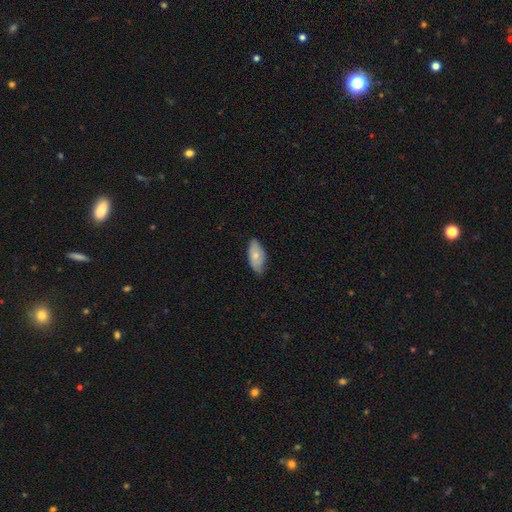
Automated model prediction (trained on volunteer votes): Smooth or featured?
  - smooth: 70% *
  - featured or disk: 24%
  - star or artifact: 6%
How rounded?
  - in between: 92% *
  - cigar-shaped: 6%
  - round: 3%
Merging?
  - none: 71% *
  - minor disturbance: 25%
  - major disturbance: 3%
  - merger: 1%